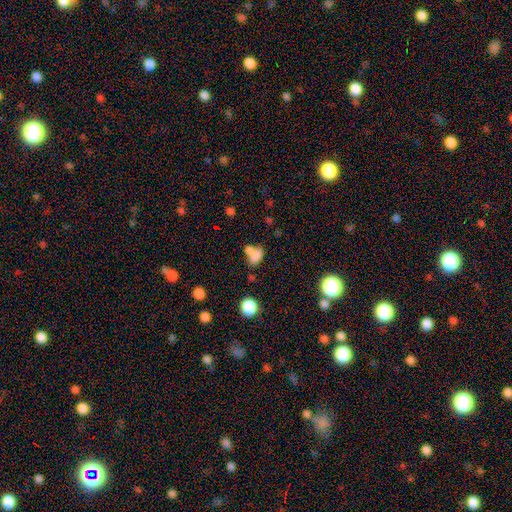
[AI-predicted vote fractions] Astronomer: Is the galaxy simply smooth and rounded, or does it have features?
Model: smooth — 75%.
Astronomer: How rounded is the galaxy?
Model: in between — 79%.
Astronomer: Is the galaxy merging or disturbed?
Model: merger — 50% (runner-up: none, 33%).